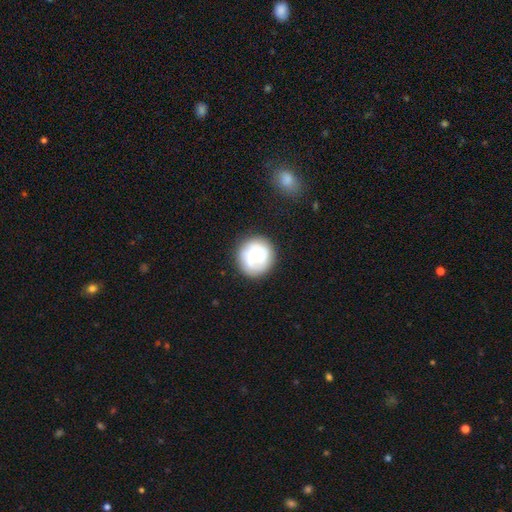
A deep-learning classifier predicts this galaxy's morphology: Smooth or featured? Predicted: featured or disk (p=0.47). Merging? Predicted: none (p=0.82).